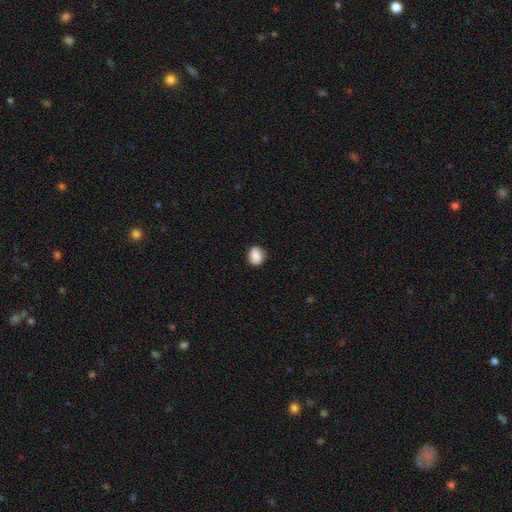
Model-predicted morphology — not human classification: Smooth or featured: smooth — 86% (star or artifact — 8%)
How rounded: round — 55% (in between — 44%)
Merging: none — 81% (minor disturbance — 15%)